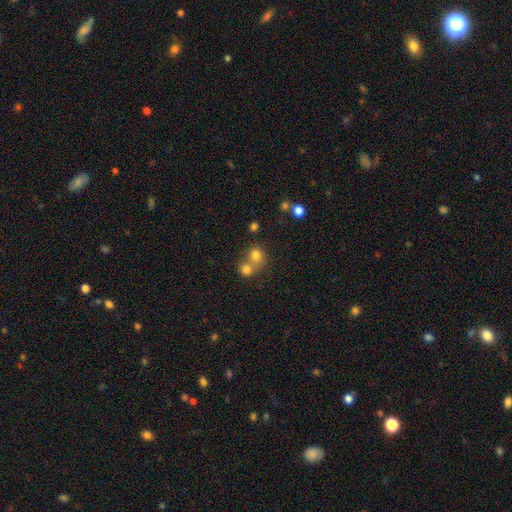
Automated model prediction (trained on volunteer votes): This appears to be a smooth galaxy with no disk features (77%) that is round (78%). Merging: merger (48%).